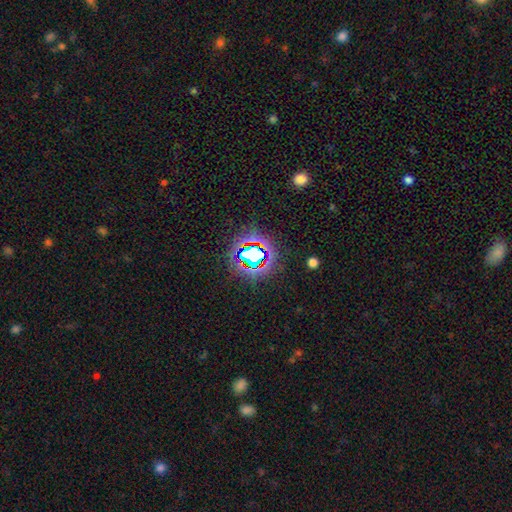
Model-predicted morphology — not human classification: A star or artifact, not a galaxy (69%).